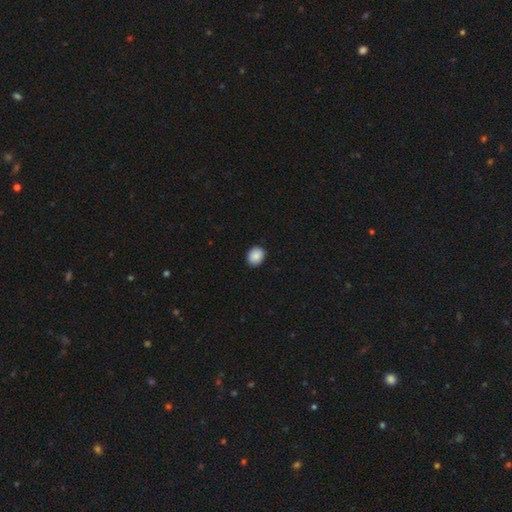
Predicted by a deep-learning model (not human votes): Smooth or featured?
  - smooth: 89% *
  - star or artifact: 8%
  - featured or disk: 3%
How rounded?
  - round: 52% *
  - in between: 47%
  - cigar-shaped: 1%
Merging?
  - none: 88% *
  - minor disturbance: 9%
  - major disturbance: 2%
  - merger: 1%